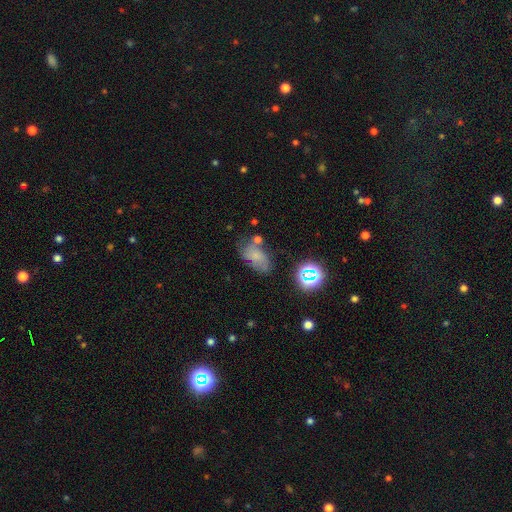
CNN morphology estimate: Q: Smooth or featured?
A: smooth (56%); runner-up: featured or disk (25%)
Q: How rounded?
A: in between (85%); runner-up: round (12%)
Q: Merging?
A: none (47%); runner-up: minor disturbance (28%)